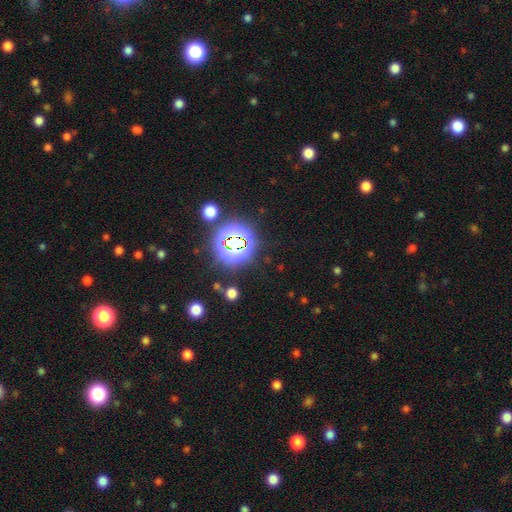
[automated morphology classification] A star or artifact, not a galaxy (79%).

Vote fractions:
- Smooth or featured? star or artifact: 79% / smooth: 14% / featured or disk: 7%